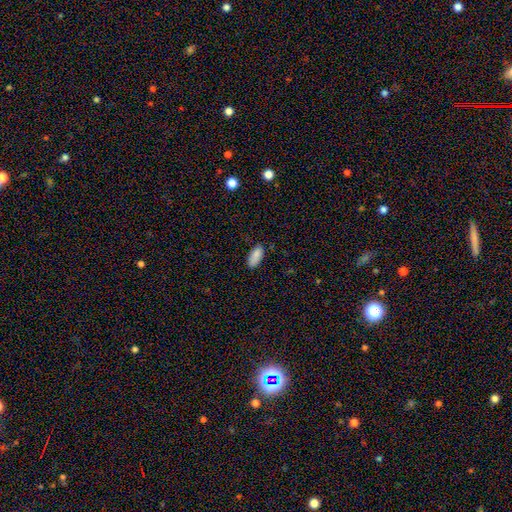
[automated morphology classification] type=smooth (87%); roundness=in between (89%); merging=none (77%).